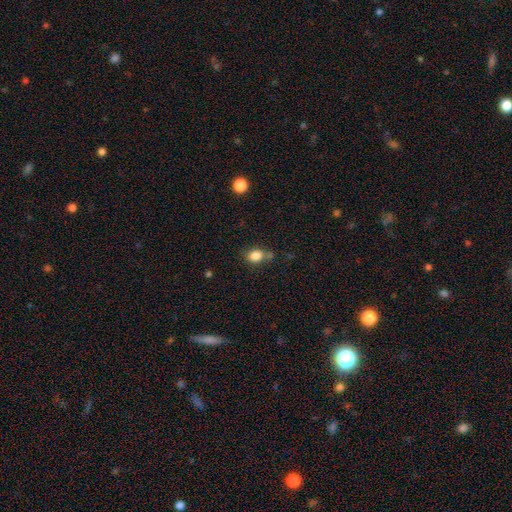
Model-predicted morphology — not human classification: Smooth or featured: smooth — 84% (star or artifact — 10%)
How rounded: in between — 59% (round — 40%)
Merging: none — 65% (minor disturbance — 19%)